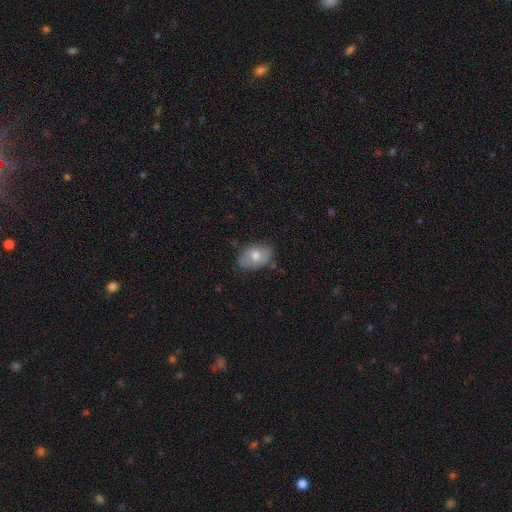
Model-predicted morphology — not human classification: A smooth galaxy with no disk features (66%) that is in between round and cigar-shaped (83%).

Vote fractions:
- Smooth or featured? smooth: 66% / featured or disk: 26% / star or artifact: 8%
- How rounded? in between: 83% / round: 16% / cigar-shaped: 1%
- Merging? none: 75% / minor disturbance: 20% / major disturbance: 3% / merger: 2%